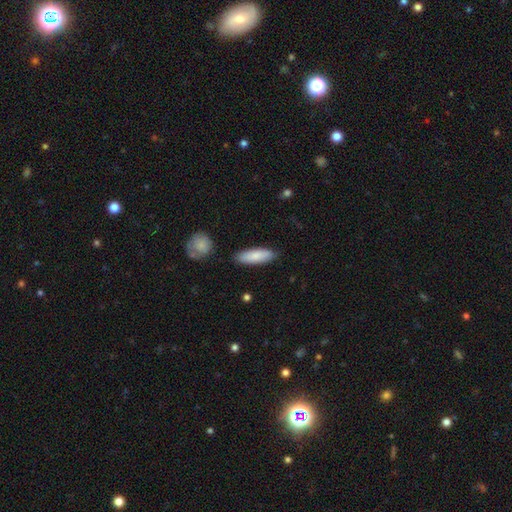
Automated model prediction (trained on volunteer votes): The model was most divided on "how rounded": in between: 54%, cigar-shaped: 44%, round: 2%. More confident: merging — none (83%); smooth or featured — smooth (83%).